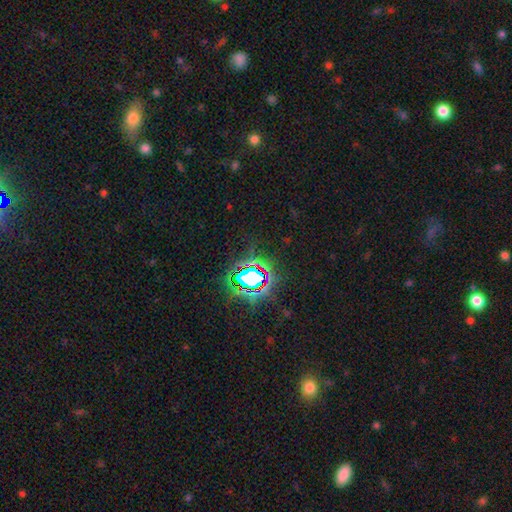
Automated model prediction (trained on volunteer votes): smooth-or-featured: star or artifact: 78% | smooth: 14% | featured or disk: 8%